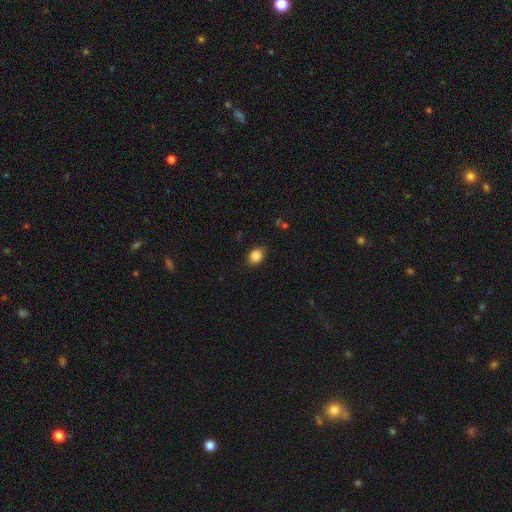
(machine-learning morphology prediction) A smooth galaxy with no disk features (85%) that is in between round and cigar-shaped (50%). Merging: none (84%).